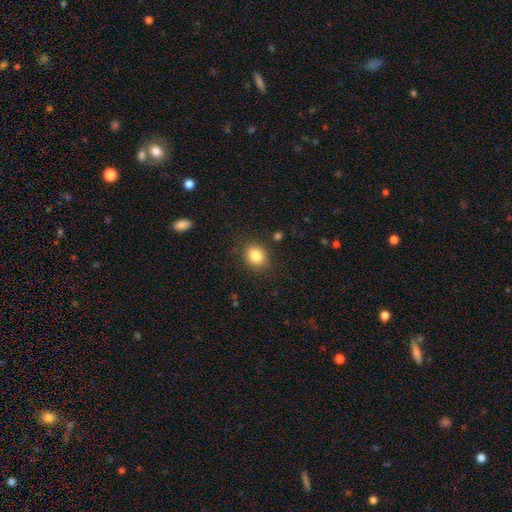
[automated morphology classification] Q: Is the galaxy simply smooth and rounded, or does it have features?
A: smooth — 84%.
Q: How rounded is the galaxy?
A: round — 68%.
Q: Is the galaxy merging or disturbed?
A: none — 85%.